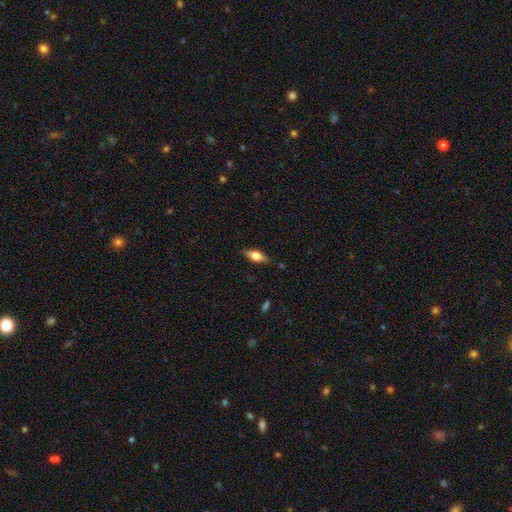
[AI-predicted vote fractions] Smooth or featured? Predicted: smooth (p=0.57). How rounded? Predicted: in between (p=0.71). Merging? Predicted: none (p=0.82).